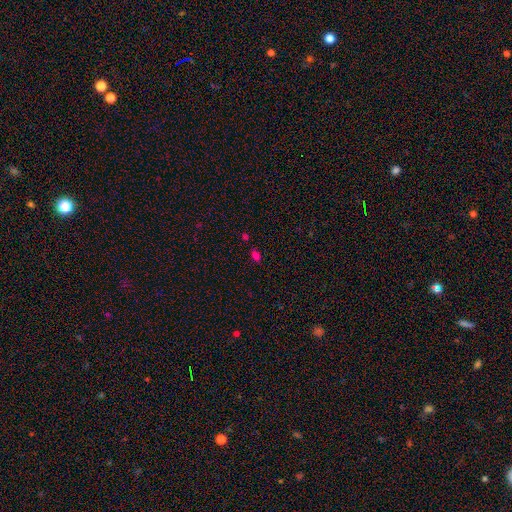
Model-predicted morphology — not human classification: type=smooth (69%); roundness=in between (85%); merging=none (77%).